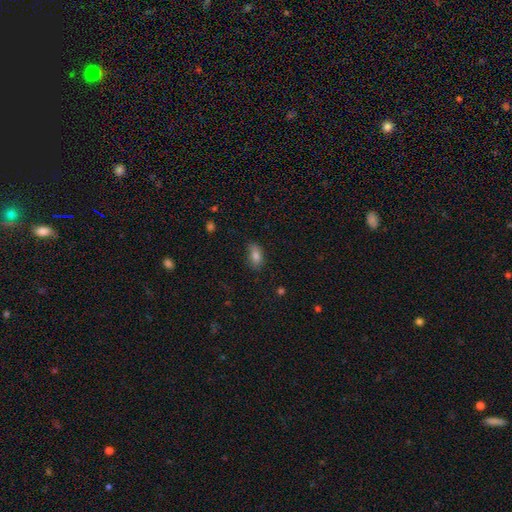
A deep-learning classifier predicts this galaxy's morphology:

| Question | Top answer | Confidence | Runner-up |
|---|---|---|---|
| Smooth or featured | smooth | 81% | star or artifact (10%) |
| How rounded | in between | 86% | round (11%) |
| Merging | none | 69% | minor disturbance (24%) |